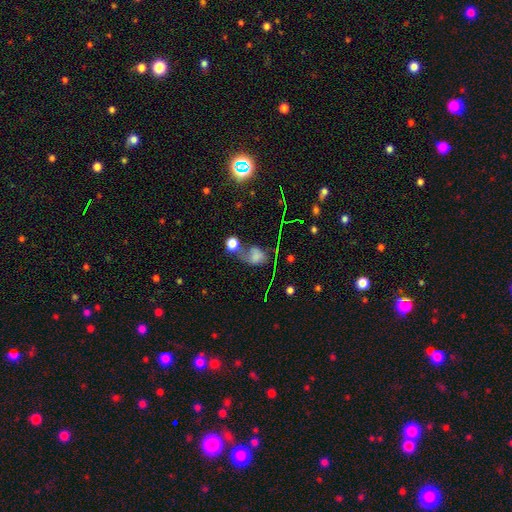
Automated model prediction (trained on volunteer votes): Q: Smooth or featured?
A: smooth (54%); runner-up: featured or disk (24%)
Q: How rounded?
A: in between (50%); runner-up: round (47%)
Q: Merging?
A: none (31%); runner-up: merger (27%)